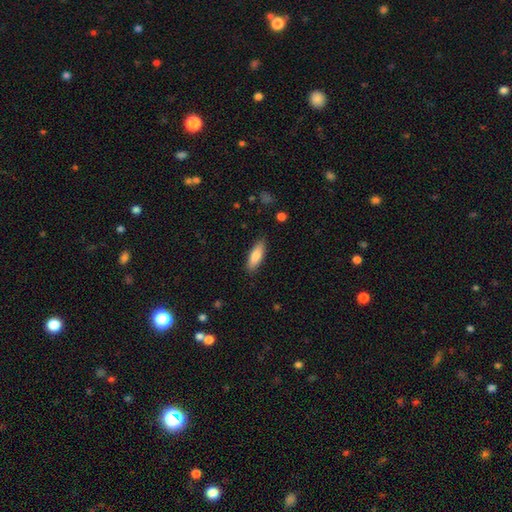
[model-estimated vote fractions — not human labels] A smooth galaxy with no disk features (82%) that is in between round and cigar-shaped (62%).

Vote fractions:
- Smooth or featured? smooth: 82% / featured or disk: 12% / star or artifact: 6%
- How rounded? in between: 62% / cigar-shaped: 37% / round: 2%
- Merging? none: 86% / minor disturbance: 10% / major disturbance: 2% / merger: 1%